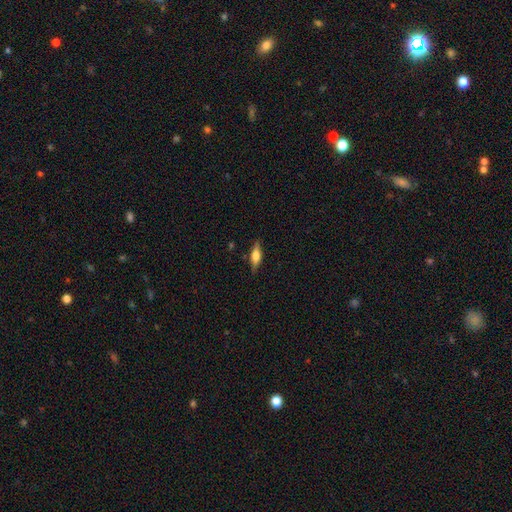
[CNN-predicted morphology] Q: Smooth or featured?
A: featured or disk (48%); runner-up: smooth (45%)
Q: Merging?
A: none (84%); runner-up: minor disturbance (12%)